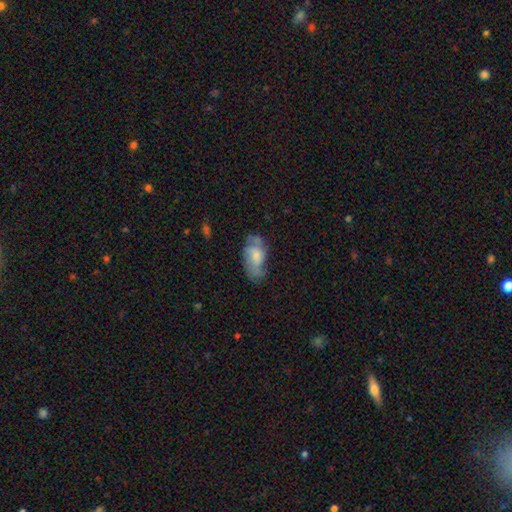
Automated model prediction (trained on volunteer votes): Morphology: type=featured or disk (47%); merging=none (51%).